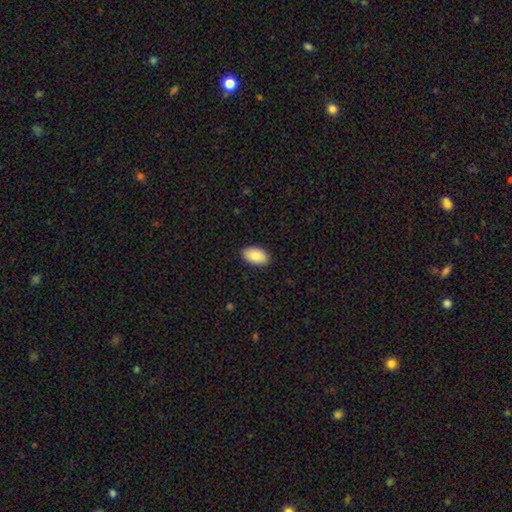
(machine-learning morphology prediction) Overall: smooth (88%). How rounded: in between (95%). Merging: none (89%).